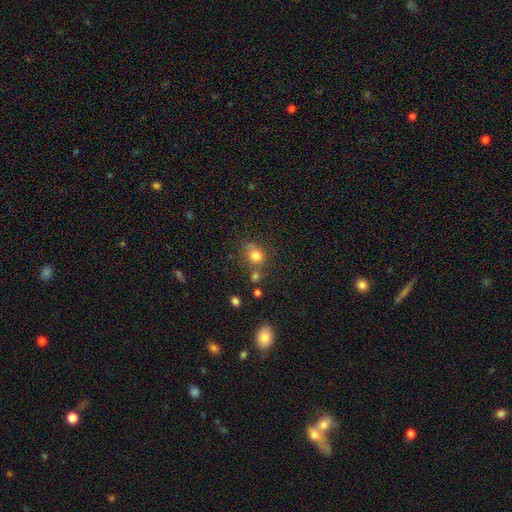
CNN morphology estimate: Smooth or featured: smooth — 78% (star or artifact — 13%)
How rounded: round — 73% (in between — 25%)
Merging: none — 56% (merger — 19%)